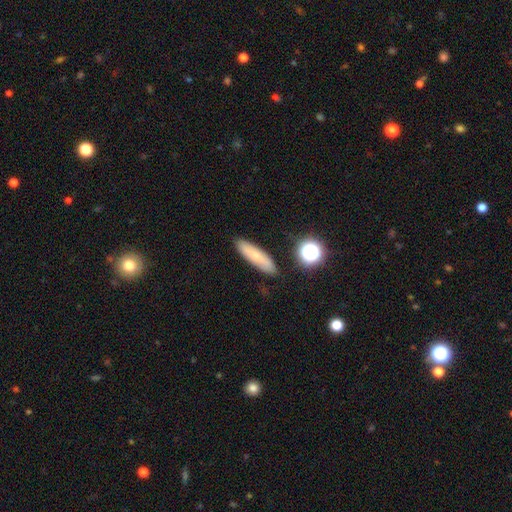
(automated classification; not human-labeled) Morphology: type=smooth (70%); roundness=cigar-shaped (68%); merging=none (86%).